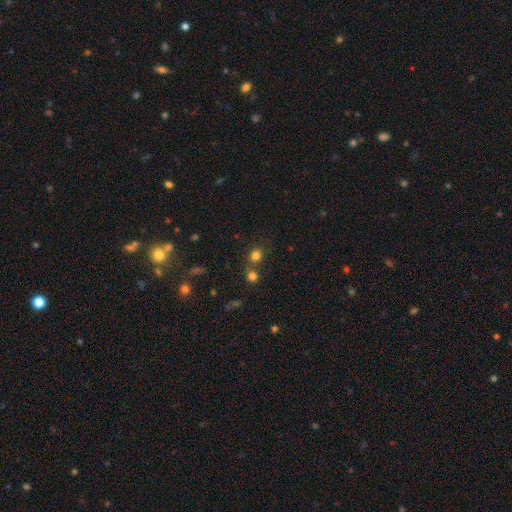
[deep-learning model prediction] smooth 78%, star or artifact 16%, featured or disk 6%. Down the decision tree: how rounded — round (73%); merging — none (65%).